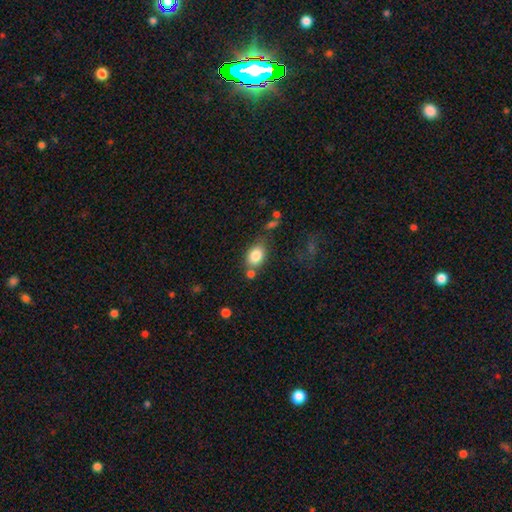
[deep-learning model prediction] This appears to be a smooth galaxy with no disk features (84%) that is in between round and cigar-shaped (74%). Merging: none (61%).